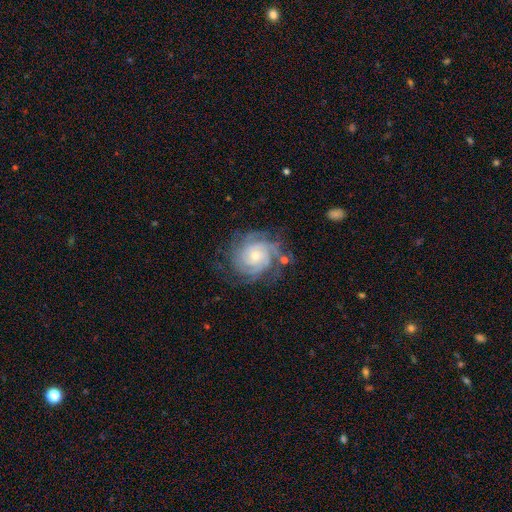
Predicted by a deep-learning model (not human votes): Smooth or featured?
  - featured or disk: 84% *
  - smooth: 10%
  - star or artifact: 7%
Edge-on disk?
  - no: 97% *
  - yes: 3%
Bar?
  - no: 76% *
  - weak: 20%
  - strong: 4%
Spiral arms?
  - yes: 96% *
  - no: 4%
Spiral winding?
  - tight: 73% *
  - medium: 22%
  - loose: 5%
Spiral arm count?
  - can't tell: 29% *
  - 4: 23%
  - 3: 22%
  - 2: 13%
  - more than 4: 7%
  - 1: 5%
Bulge size?
  - small: 63% *
  - moderate: 32%
  - large: 2%
  - none: 1%
  - dominant: 1%
Merging?
  - none: 68% *
  - minor disturbance: 19%
  - major disturbance: 10%
  - merger: 3%